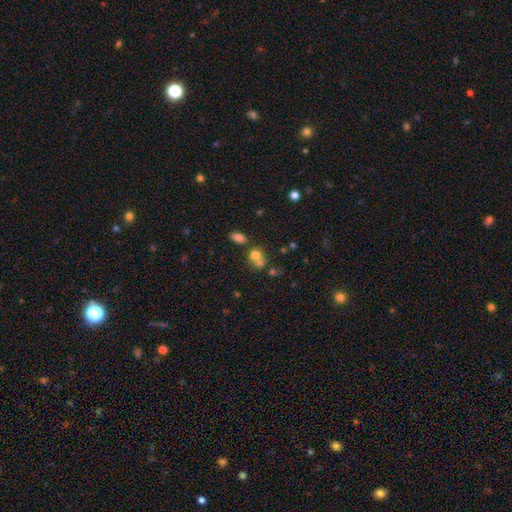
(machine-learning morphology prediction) Smooth or featured? Predicted: smooth (p=0.71). How rounded? Predicted: round (p=0.65). Merging? Predicted: merger (p=0.53).